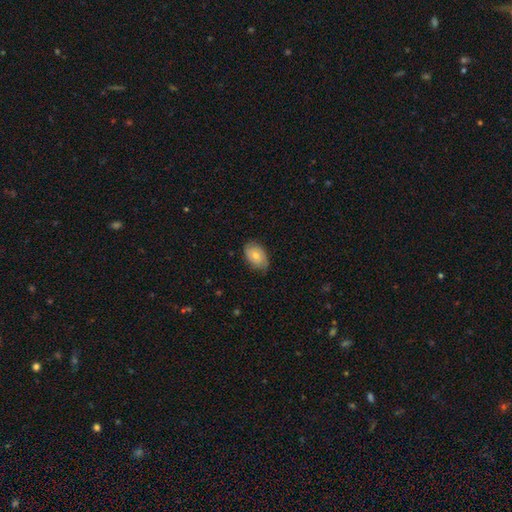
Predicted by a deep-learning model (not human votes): Overall: smooth (58%; featured or disk 36%). How rounded: in between (88%). Merging: none (75%).